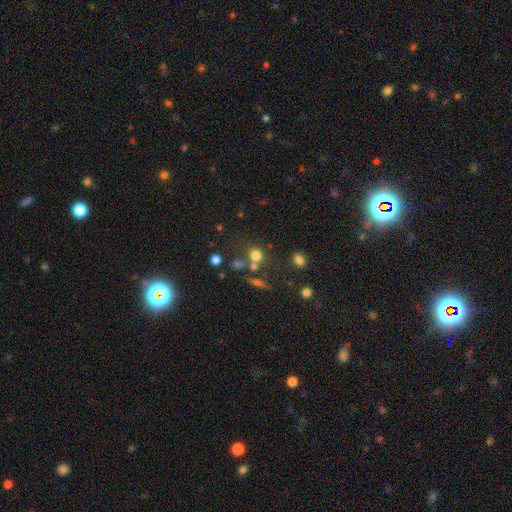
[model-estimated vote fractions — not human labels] The model was most divided on "merging": none: 54%, merger: 29%, minor disturbance: 11%, major disturbance: 7%. More confident: how rounded — round (82%); smooth or featured — smooth (73%).